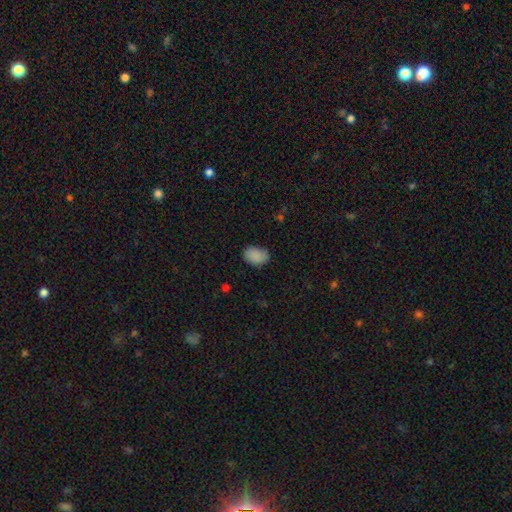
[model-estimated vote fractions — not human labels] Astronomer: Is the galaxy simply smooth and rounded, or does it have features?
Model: smooth — 88%.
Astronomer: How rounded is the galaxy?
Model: in between — 78%.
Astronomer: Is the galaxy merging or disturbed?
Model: none — 77%.